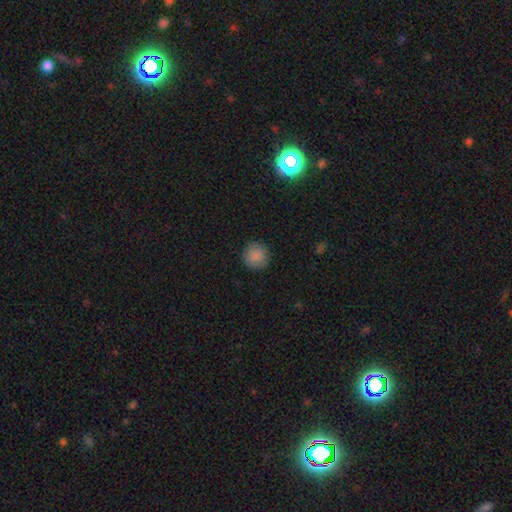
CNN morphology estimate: Q: Smooth or featured?
A: smooth (87%); runner-up: star or artifact (9%)
Q: How rounded?
A: round (93%); runner-up: in between (6%)
Q: Merging?
A: none (89%); runner-up: minor disturbance (8%)